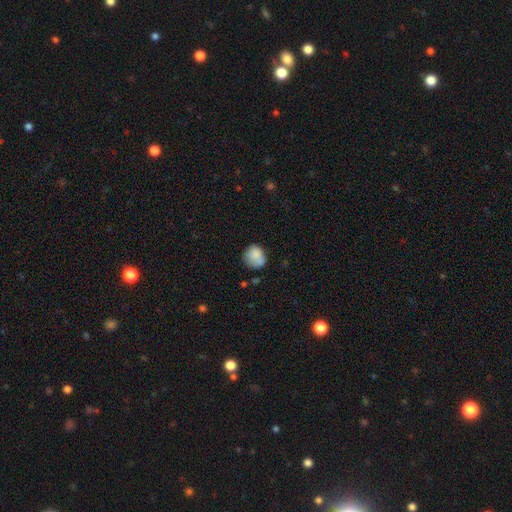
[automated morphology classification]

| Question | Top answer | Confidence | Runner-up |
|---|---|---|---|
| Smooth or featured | smooth | 80% | featured or disk (11%) |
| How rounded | round | 76% | in between (23%) |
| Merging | none | 55% | minor disturbance (28%) |